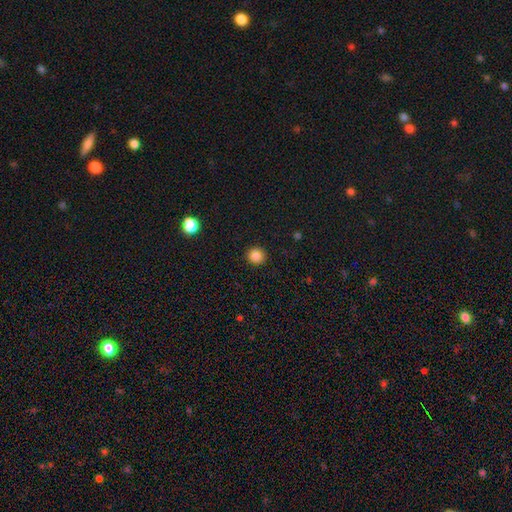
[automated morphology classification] This is clearly a smooth galaxy (85%). How rounded: clearly round (93%). Merging: clearly none (93%).